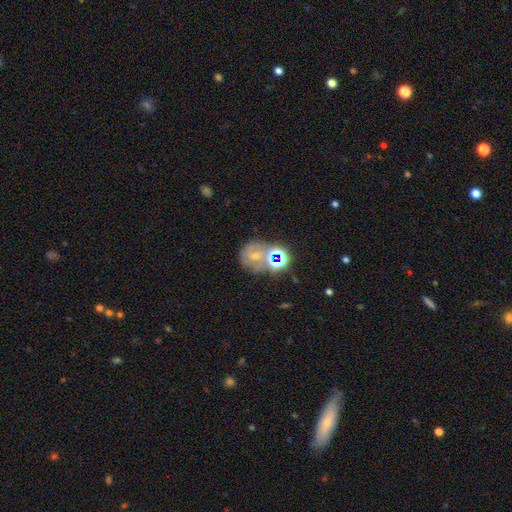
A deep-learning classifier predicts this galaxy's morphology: The model was most divided on "smooth or featured": featured or disk: 42%, smooth: 35%, star or artifact: 24%. Remaining: merging — none (49%).